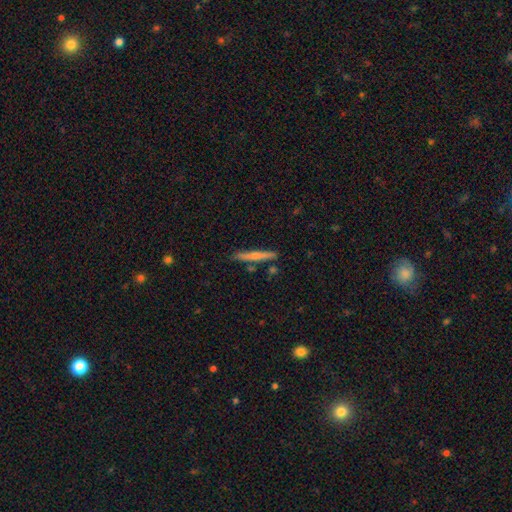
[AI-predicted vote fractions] This appears to be a smooth galaxy with no disk features (54%) that is cigar-shaped (95%). Merging: none (83%).